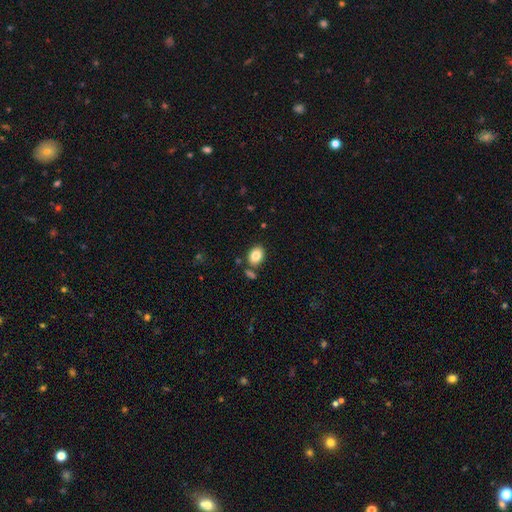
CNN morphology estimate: smooth-or-featured: smooth: 84% | star or artifact: 8% | featured or disk: 8%
  how-rounded: in between: 74% | round: 24% | cigar-shaped: 1%
  merging: none: 76% | minor disturbance: 12% | merger: 9% | major disturbance: 3%